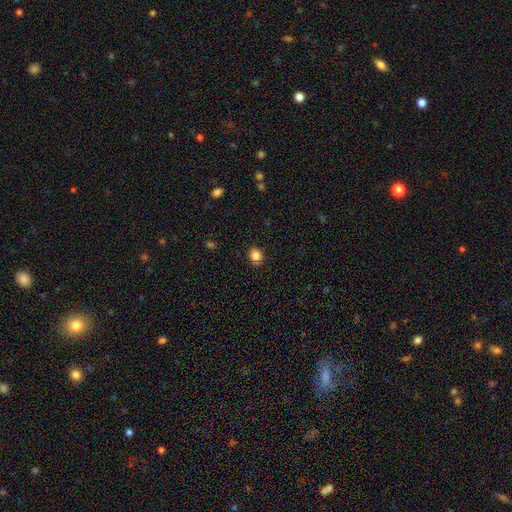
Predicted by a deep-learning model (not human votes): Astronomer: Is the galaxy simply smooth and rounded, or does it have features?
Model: smooth — 85%.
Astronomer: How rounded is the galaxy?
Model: round — 61% (runner-up: in between, 39%).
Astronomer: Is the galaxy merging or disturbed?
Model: none — 87%.